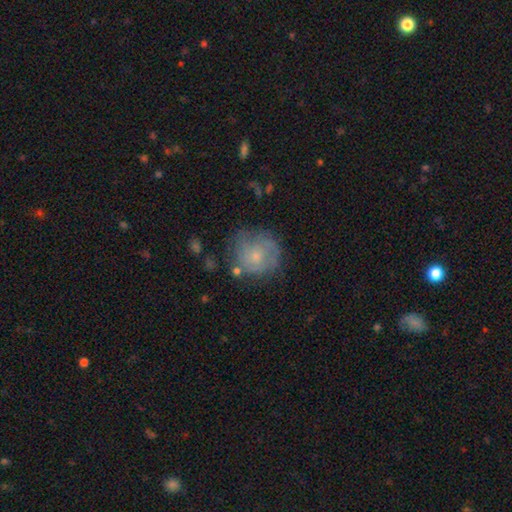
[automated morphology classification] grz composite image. It shows a smooth galaxy with no disk features (50%) that is round (87%). Merging: none (63%).